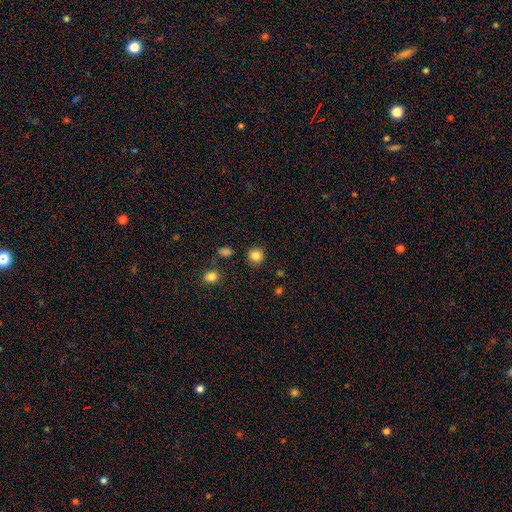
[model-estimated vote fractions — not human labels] The model was most divided on "smooth or featured": smooth: 85%, star or artifact: 11%, featured or disk: 5%. More confident: how rounded — round (90%); merging — none (87%).